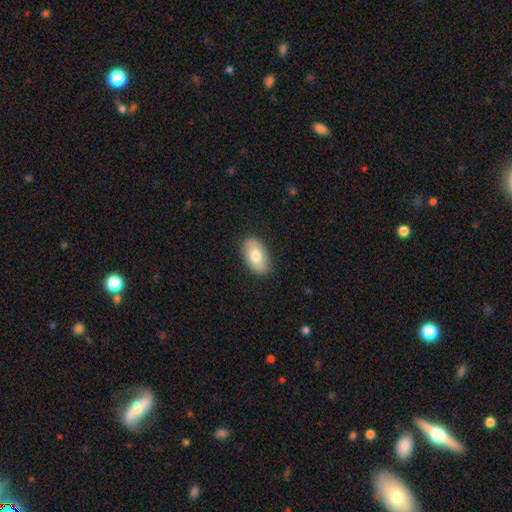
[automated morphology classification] Smooth or featured? smooth (75%)
How rounded? in between (93%)
Merging? none (87%)